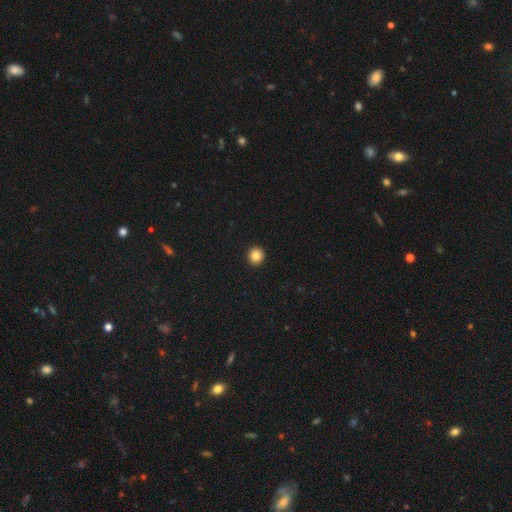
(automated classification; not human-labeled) smooth 85%, star or artifact 10%, featured or disk 5%. Down the decision tree: how rounded — round (94%); merging — none (94%).